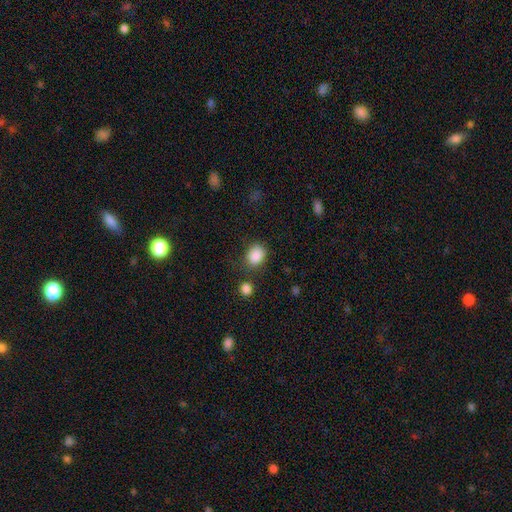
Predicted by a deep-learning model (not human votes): Q: Smooth or featured?
A: smooth (87%); runner-up: star or artifact (9%)
Q: How rounded?
A: in between (56%); runner-up: round (43%)
Q: Merging?
A: none (72%); runner-up: minor disturbance (16%)